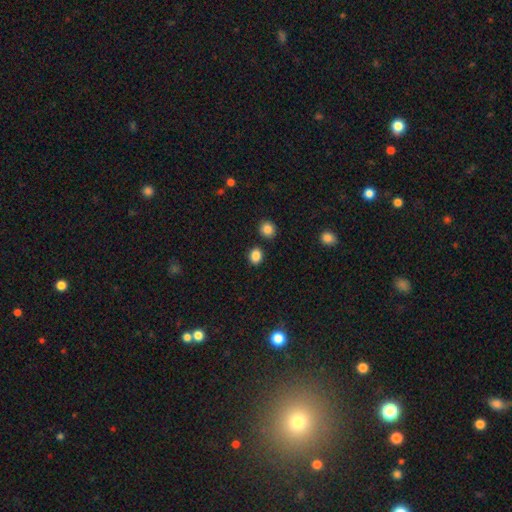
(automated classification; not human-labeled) Morphology: type=smooth (85%); roundness=round (55%); merging=none (85%).